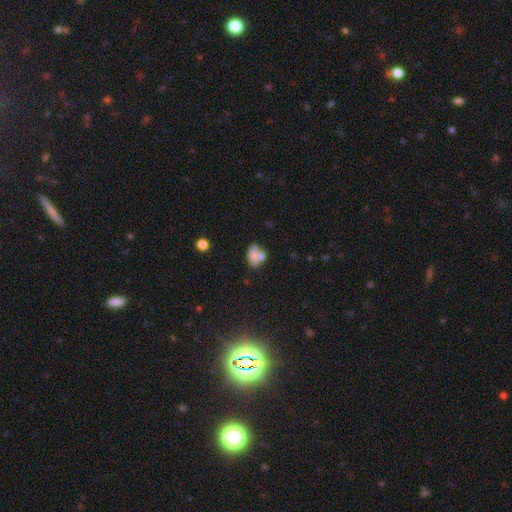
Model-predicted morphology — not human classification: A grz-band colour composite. It shows a smooth galaxy with no disk features (69%) that is in between round and cigar-shaped (77%). Merging: merger (38%).